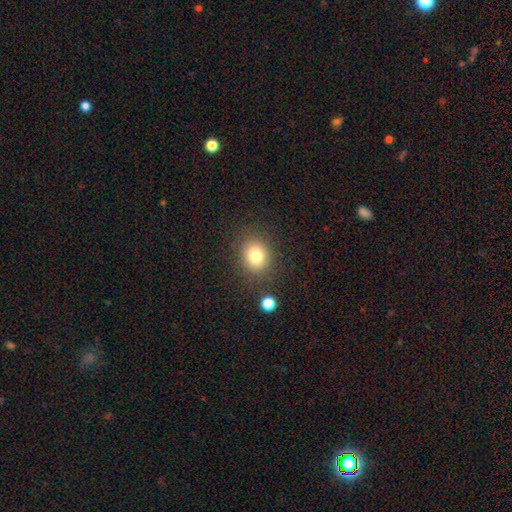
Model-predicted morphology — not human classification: smooth_or_featured: smooth (p=0.79) [alt: star or artifact p=0.12]
how_rounded: round (p=0.65) [alt: in between p=0.34]
merging: none (p=0.84) [alt: minor disturbance p=0.09]